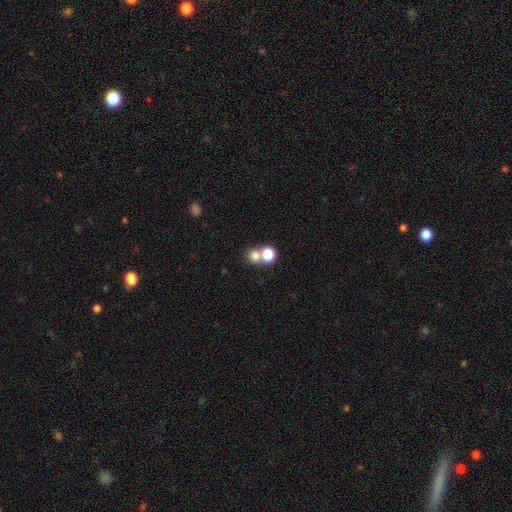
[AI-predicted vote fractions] smooth_or_featured: smooth (p=0.77) [alt: star or artifact p=0.12]
how_rounded: round (p=0.75) [alt: in between p=0.24]
merging: merger (p=0.52) [alt: none p=0.39]